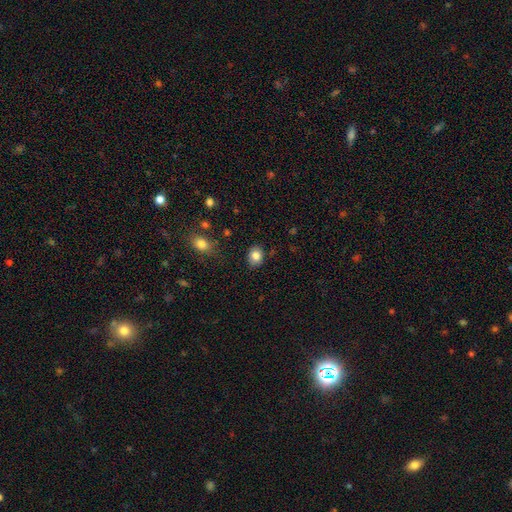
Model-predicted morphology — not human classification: Smooth or featured: smooth — 83% (star or artifact — 9%)
How rounded: round — 54% (in between — 45%)
Merging: none — 84% (minor disturbance — 12%)